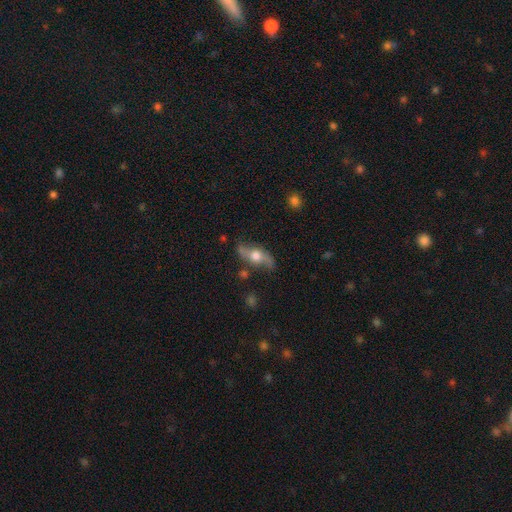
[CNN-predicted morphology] A featured or disk galaxy (71%).

Vote fractions:
- Smooth or featured? featured or disk: 71% / smooth: 22% / star or artifact: 7%
- Edge-on disk? no: 67% / yes: 33%
- Merging? none: 76% / minor disturbance: 16% / major disturbance: 5% / merger: 3%